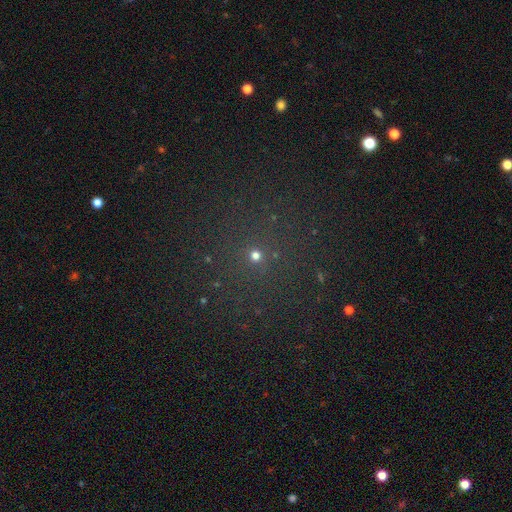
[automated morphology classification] type=star or artifact (52%).